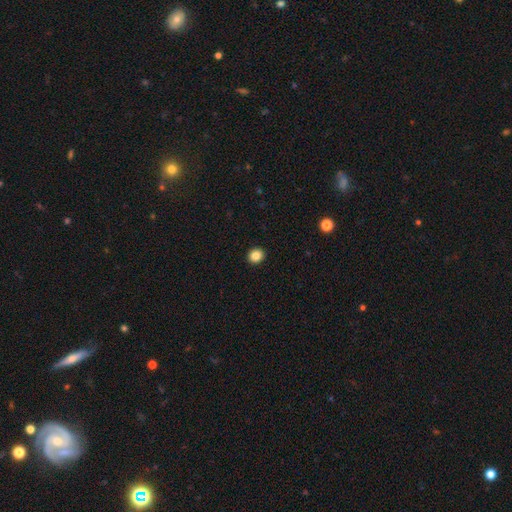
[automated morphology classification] Q: Smooth or featured?
A: smooth (85%); runner-up: star or artifact (10%)
Q: How rounded?
A: round (82%); runner-up: in between (17%)
Q: Merging?
A: none (93%); runner-up: minor disturbance (5%)